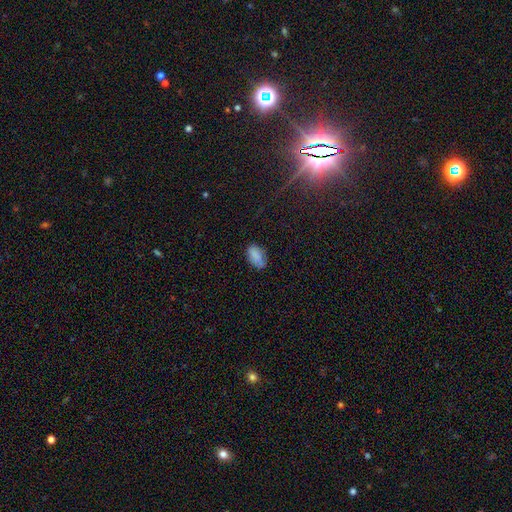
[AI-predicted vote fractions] Smooth or featured?
  - smooth: 83% *
  - star or artifact: 9%
  - featured or disk: 8%
How rounded?
  - in between: 92% *
  - round: 6%
  - cigar-shaped: 2%
Merging?
  - none: 67% *
  - minor disturbance: 24%
  - major disturbance: 5%
  - merger: 4%